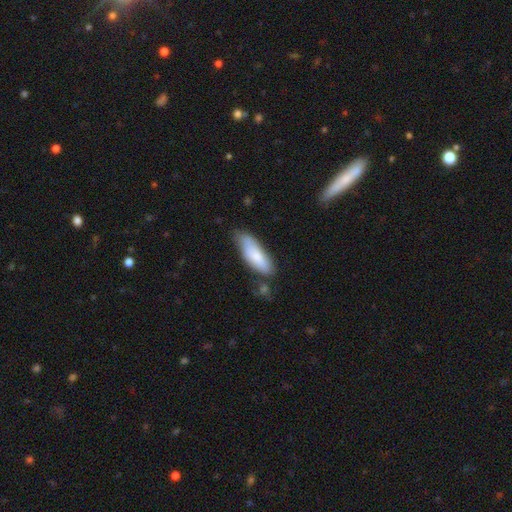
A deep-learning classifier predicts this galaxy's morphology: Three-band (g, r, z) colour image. It shows a smooth galaxy with no disk features (78%) that is in between round and cigar-shaped (57%). Merging: none (55%).